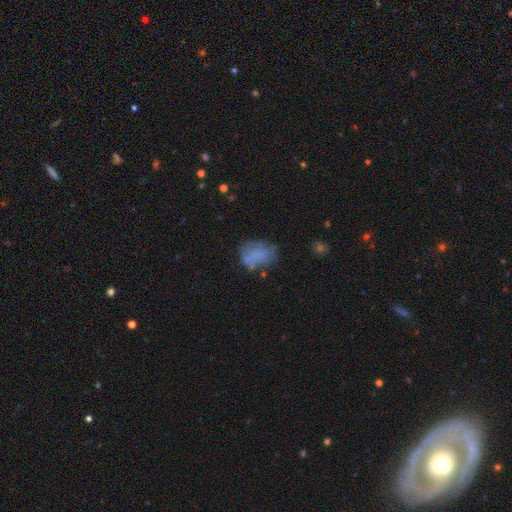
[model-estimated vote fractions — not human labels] Smooth or featured?
  - smooth: 59% *
  - featured or disk: 29%
  - star or artifact: 12%
How rounded?
  - in between: 74% *
  - round: 24%
  - cigar-shaped: 2%
Merging?
  - none: 46% *
  - minor disturbance: 27%
  - major disturbance: 20%
  - merger: 7%